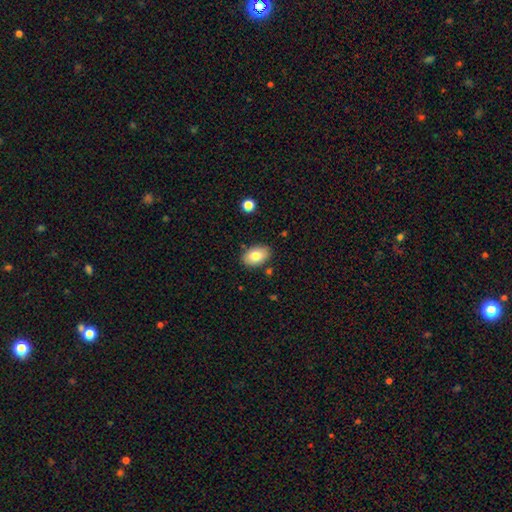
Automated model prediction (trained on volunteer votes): A smooth galaxy with no disk features (79%) that is in between round and cigar-shaped (87%). Merging: none (84%).